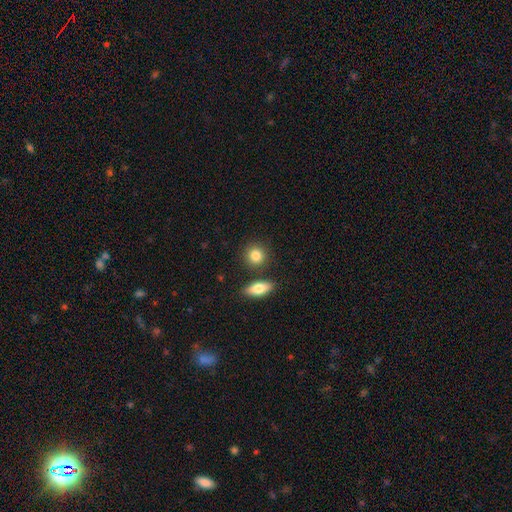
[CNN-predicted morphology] smooth_or_featured: smooth (p=0.85) [alt: featured or disk p=0.08]
how_rounded: round (p=0.79) [alt: in between p=0.18]
merging: none (p=0.80) [alt: minor disturbance p=0.09]